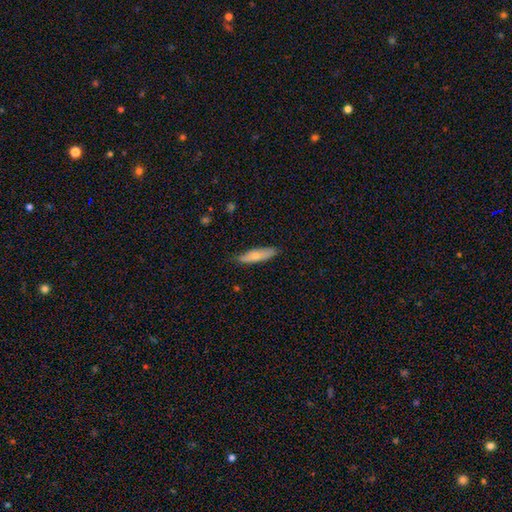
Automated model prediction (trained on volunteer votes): This is likely a smooth galaxy (68%). How rounded: likely cigar-shaped (67%). Merging: likely none (79%).